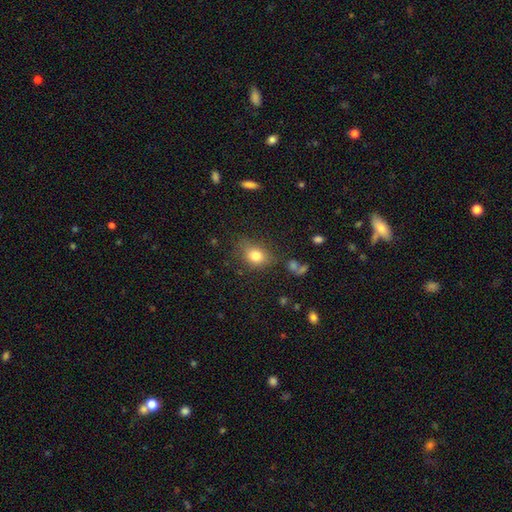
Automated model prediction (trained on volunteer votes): Morphology: type=smooth (80%); roundness=in between (59%); merging=none (70%).